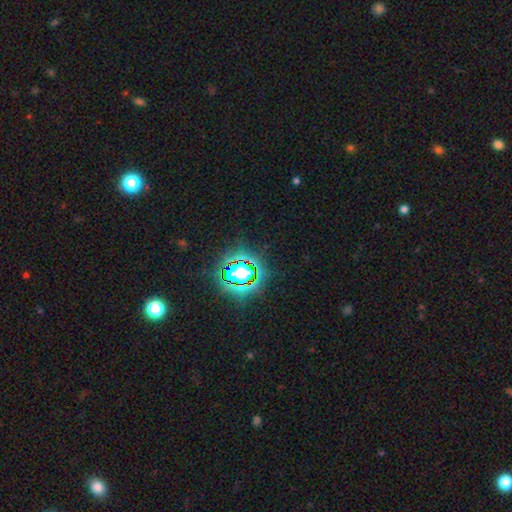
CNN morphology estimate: This is likely a star or artifact rather than a galaxy (79%).